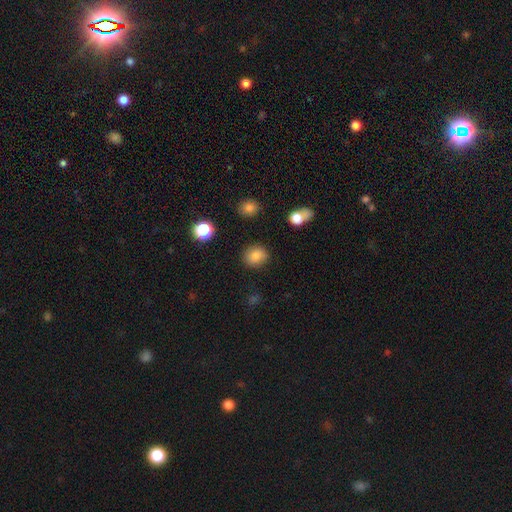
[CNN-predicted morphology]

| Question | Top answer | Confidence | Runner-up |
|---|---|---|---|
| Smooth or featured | smooth | 84% | star or artifact (11%) |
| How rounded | round | 73% | in between (26%) |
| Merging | none | 87% | minor disturbance (8%) |